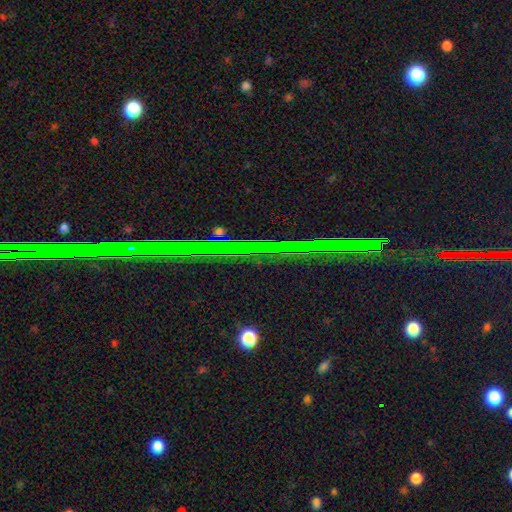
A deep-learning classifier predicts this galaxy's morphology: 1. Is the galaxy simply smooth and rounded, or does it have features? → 80% star or artifact, 13% featured or disk, 7% smooth.